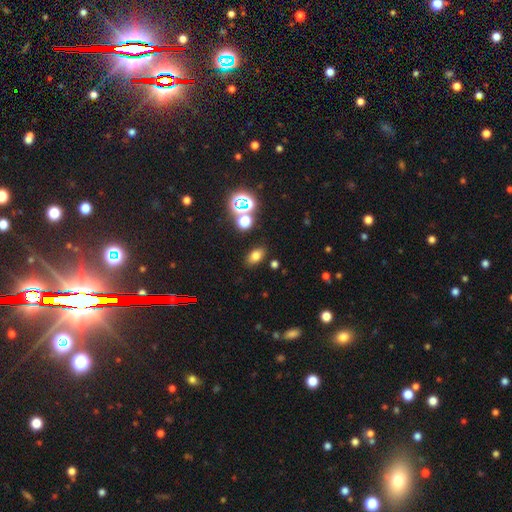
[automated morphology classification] This appears to be a smooth galaxy with no disk features (70%) that is in between round and cigar-shaped (83%). Merging: none (84%).